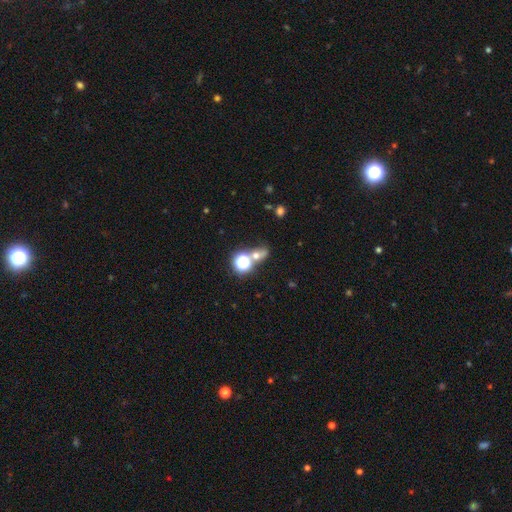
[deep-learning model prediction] A smooth galaxy with no disk features (49%). Merging: none (47%).